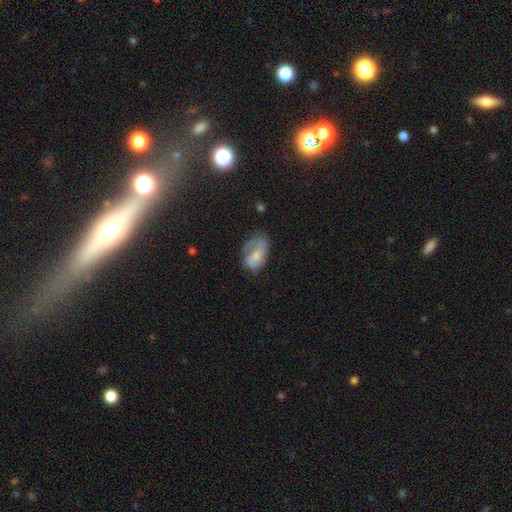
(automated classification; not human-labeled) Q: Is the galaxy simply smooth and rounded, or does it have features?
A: smooth — 61%.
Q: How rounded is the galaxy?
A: in between — 90%.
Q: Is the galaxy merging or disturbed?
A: none — 37%.